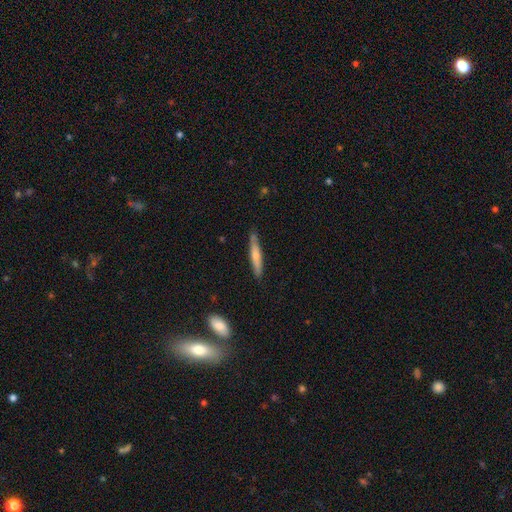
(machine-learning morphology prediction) A smooth galaxy with no disk features (60%) that is cigar-shaped (90%).

Vote fractions:
- Smooth or featured? smooth: 60% / featured or disk: 34% / star or artifact: 5%
- How rounded? cigar-shaped: 90% / in between: 9% / round: 1%
- Merging? none: 81% / minor disturbance: 14% / merger: 2% / major disturbance: 2%